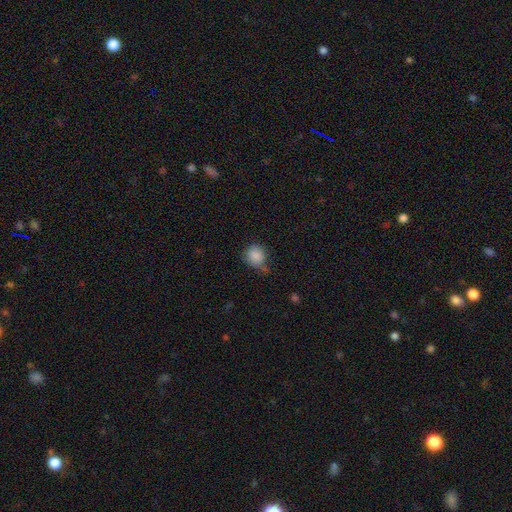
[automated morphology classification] This appears to be a smooth galaxy with no disk features (87%) that is round (77%). Merging: none (61%).